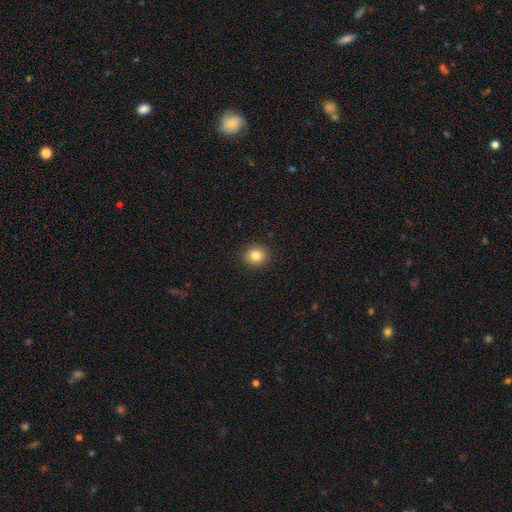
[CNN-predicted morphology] A smooth galaxy with no disk features (83%) that is round (82%).

Vote fractions:
- Smooth or featured? smooth: 83% / star or artifact: 11% / featured or disk: 6%
- How rounded? round: 82% / in between: 17% / cigar-shaped: 1%
- Merging? none: 92% / minor disturbance: 6% / major disturbance: 2% / merger: 1%